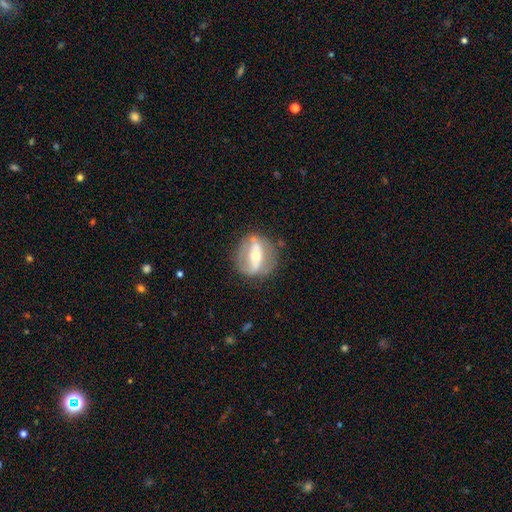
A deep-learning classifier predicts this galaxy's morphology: The model was most divided on "spiral arms": no: 63%, yes: 37%. More confident: edge-on disk — no (87%); merging — none (71%); smooth or featured — featured or disk (68%); bulge size — moderate (61%); bar — strong (57%).